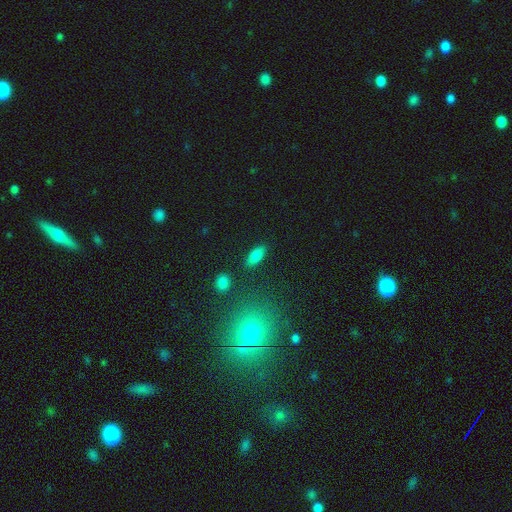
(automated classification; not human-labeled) This appears to be a smooth galaxy with no disk features (81%) that is in between round and cigar-shaped (80%). Merging: none (86%).